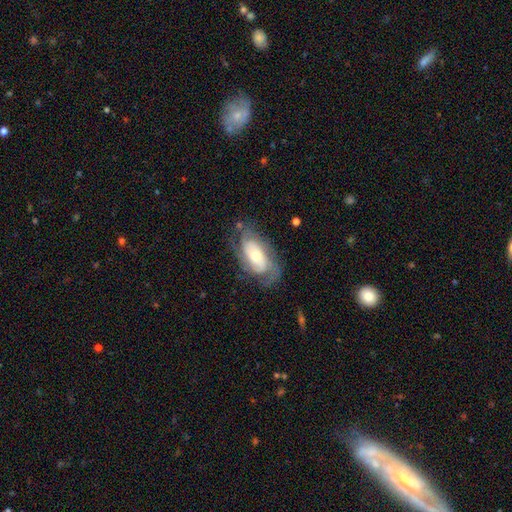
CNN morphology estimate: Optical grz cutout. It shows a featured or disk galaxy (74%) with no bar (66%), 2 (43%) tight (49%) spiral arms (90%) and a moderate central bulge (51%). Merging: none (67%).